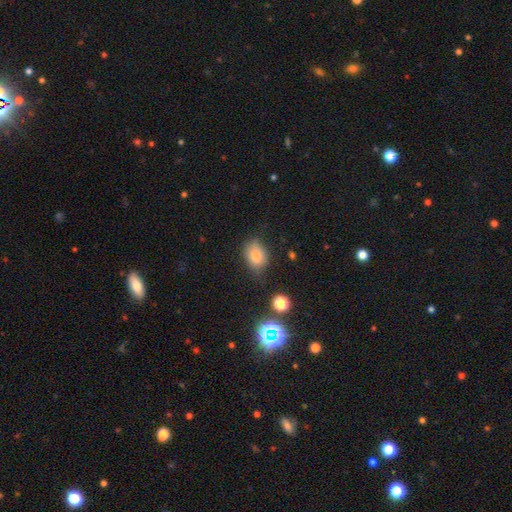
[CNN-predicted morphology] Smooth or featured: smooth — 78% (star or artifact — 12%)
How rounded: in between — 69% (round — 30%)
Merging: none — 68% (minor disturbance — 24%)